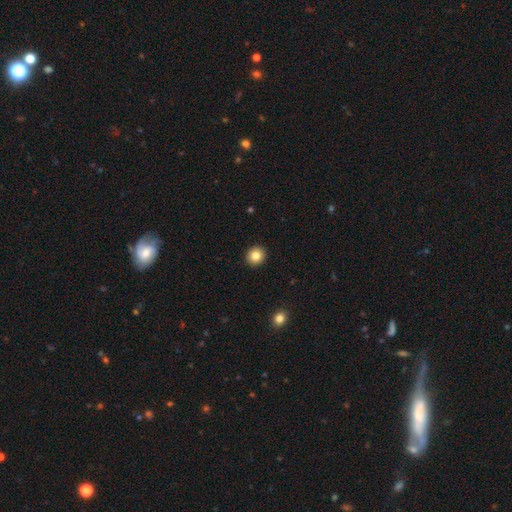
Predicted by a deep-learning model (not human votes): smooth 84%, star or artifact 10%, featured or disk 6%. Down the decision tree: how rounded — round (90%); merging — none (93%).